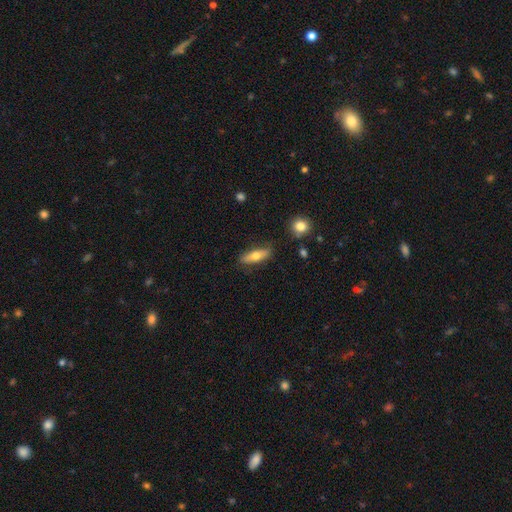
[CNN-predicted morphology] Smooth or featured: smooth — 63% (featured or disk — 31%)
How rounded: cigar-shaped — 52% (in between — 45%)
Merging: none — 82% (minor disturbance — 13%)